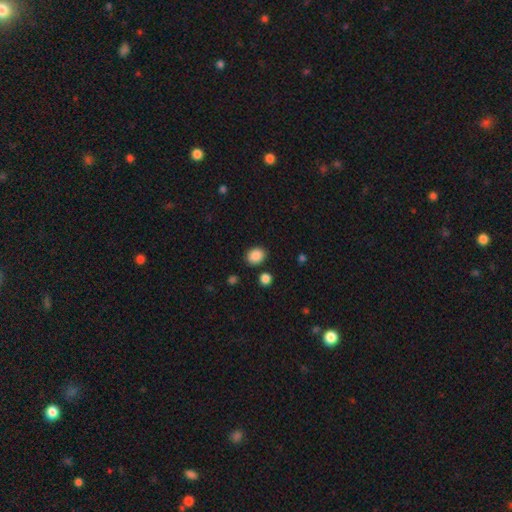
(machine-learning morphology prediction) Q: Smooth or featured?
A: smooth (88%); runner-up: star or artifact (9%)
Q: How rounded?
A: round (50%); runner-up: in between (49%)
Q: Merging?
A: none (85%); runner-up: minor disturbance (9%)